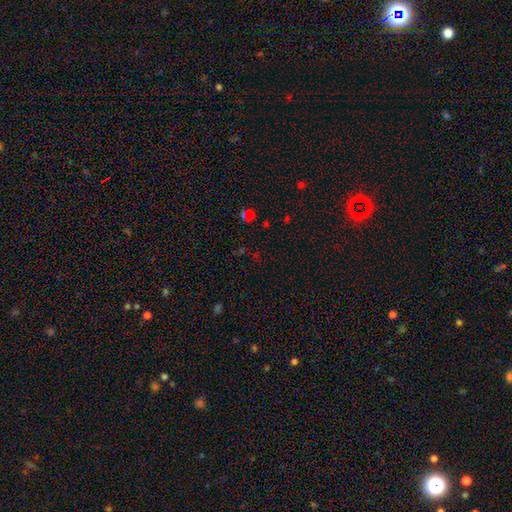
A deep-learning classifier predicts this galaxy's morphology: smooth-or-featured: star or artifact: 59% | smooth: 33% | featured or disk: 8%